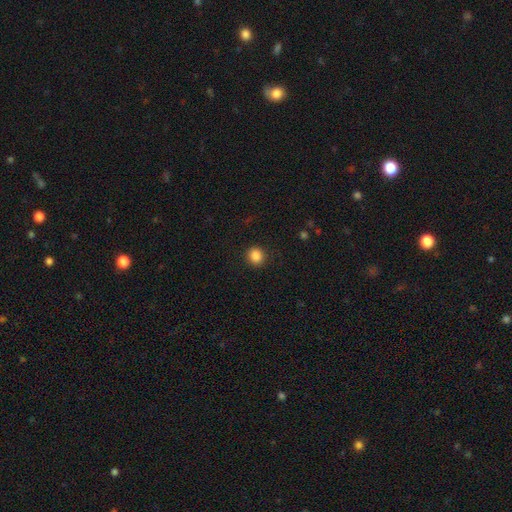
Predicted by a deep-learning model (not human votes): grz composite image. It shows a smooth galaxy with no disk features (87%) that is round (79%). Merging: none (90%).